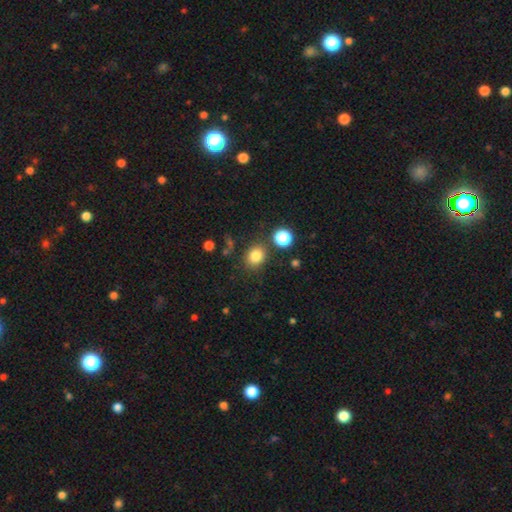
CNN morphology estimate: Smooth or featured? Predicted: smooth (p=0.81). How rounded? Predicted: round (p=0.62). Merging? Predicted: none (p=0.79).